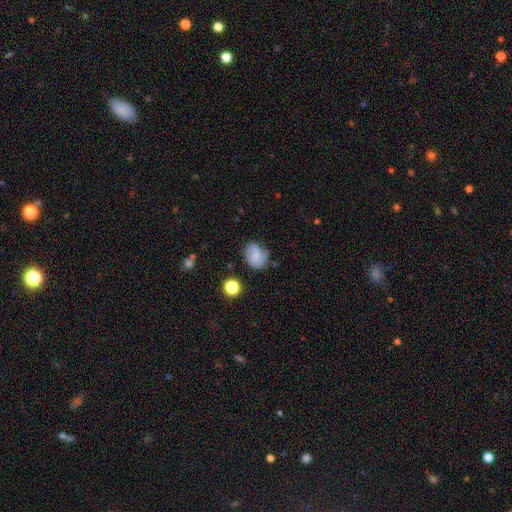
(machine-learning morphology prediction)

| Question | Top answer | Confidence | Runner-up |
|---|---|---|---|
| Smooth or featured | smooth | 51% | featured or disk (39%) |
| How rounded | round | 50% | in between (49%) |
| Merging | none | 64% | minor disturbance (24%) |